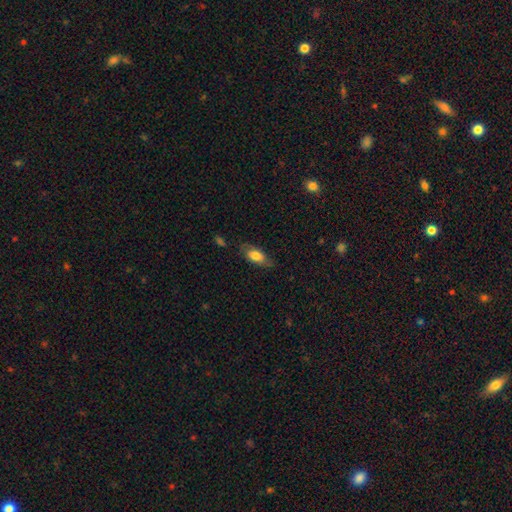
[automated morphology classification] smooth-or-featured: smooth: 69% | featured or disk: 24% | star or artifact: 7%
  how-rounded: in between: 84% | cigar-shaped: 12% | round: 4%
  merging: none: 70% | minor disturbance: 22% | major disturbance: 7% | merger: 2%